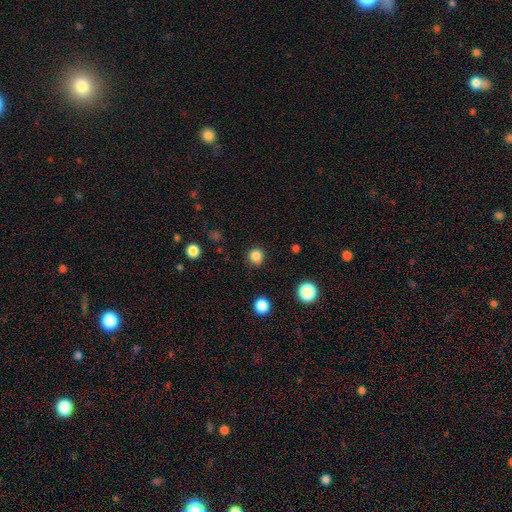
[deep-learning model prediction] Smooth or featured? Predicted: smooth (p=0.84). How rounded? Predicted: round (p=0.93). Merging? Predicted: none (p=0.89).